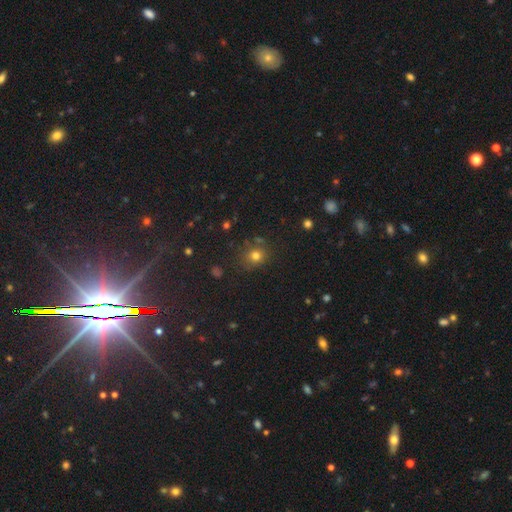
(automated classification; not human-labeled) Smooth or featured? Predicted: smooth (p=0.73). How rounded? Predicted: round (p=0.79). Merging? Predicted: none (p=0.77).